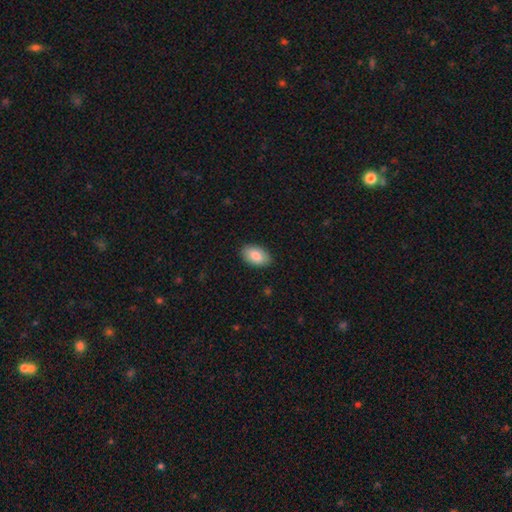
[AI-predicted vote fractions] Overall: smooth (84%). How rounded: in between (93%). Merging: none (88%).